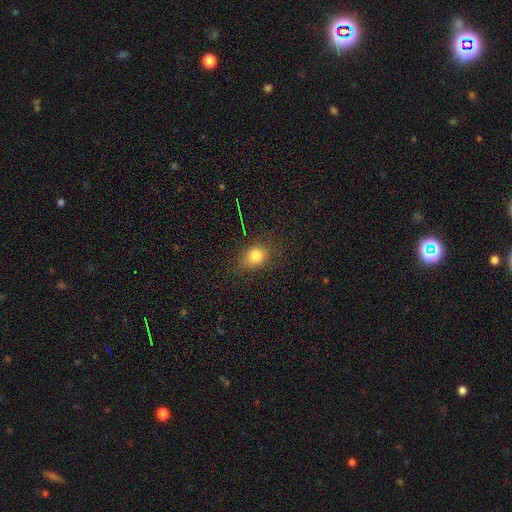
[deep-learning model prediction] The model was most divided on "how rounded": in between: 53%, round: 46%, cigar-shaped: 2%. More confident: smooth or featured — smooth (78%); merging — none (76%).